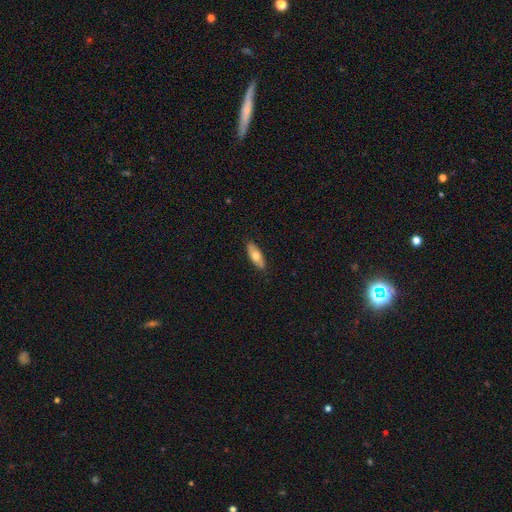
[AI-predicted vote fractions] Smooth or featured? smooth (63%)
How rounded? in between (69%)
Merging? none (88%)